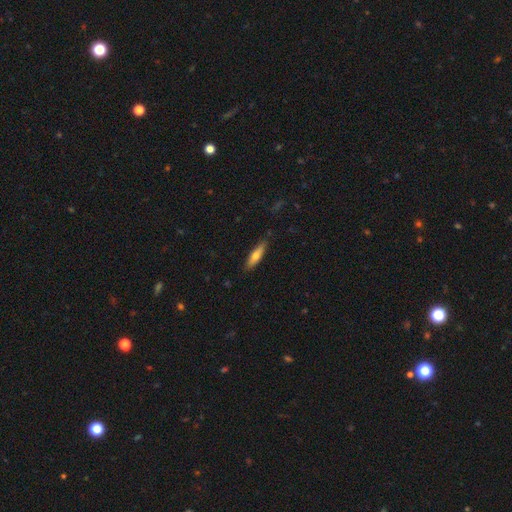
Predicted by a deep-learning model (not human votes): A smooth galaxy with no disk features (64%) that is cigar-shaped (71%).

Vote fractions:
- Smooth or featured? smooth: 64% / featured or disk: 30% / star or artifact: 6%
- How rounded? cigar-shaped: 71% / in between: 27% / round: 2%
- Merging? none: 84% / minor disturbance: 12% / major disturbance: 2% / merger: 1%